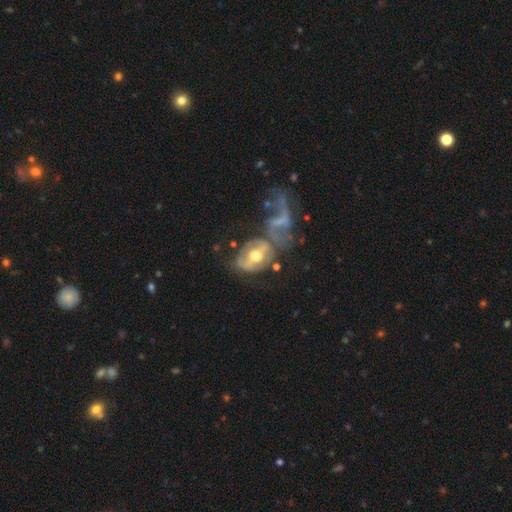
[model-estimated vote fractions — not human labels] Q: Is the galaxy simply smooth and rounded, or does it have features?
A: featured or disk — 70%.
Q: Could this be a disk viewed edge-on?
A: no — 94%.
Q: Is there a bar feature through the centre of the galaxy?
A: no — 36%.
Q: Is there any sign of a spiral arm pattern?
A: no — 52%.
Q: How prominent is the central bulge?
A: moderate — 74%.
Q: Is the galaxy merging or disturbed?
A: merger — 37%.